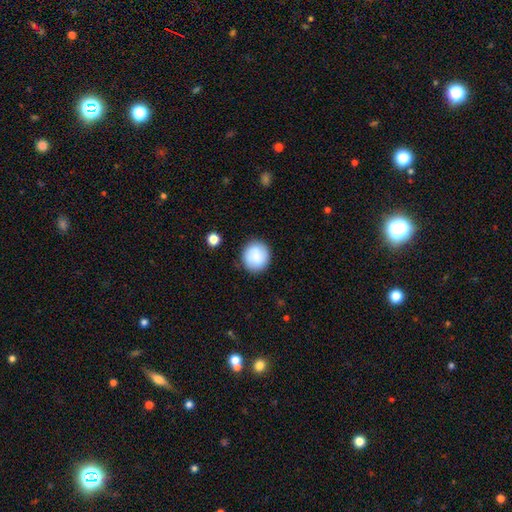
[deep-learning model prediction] The model was most divided on "smooth or featured": smooth: 83%, featured or disk: 10%, star or artifact: 7%. More confident: how rounded — round (88%); merging — none (85%).